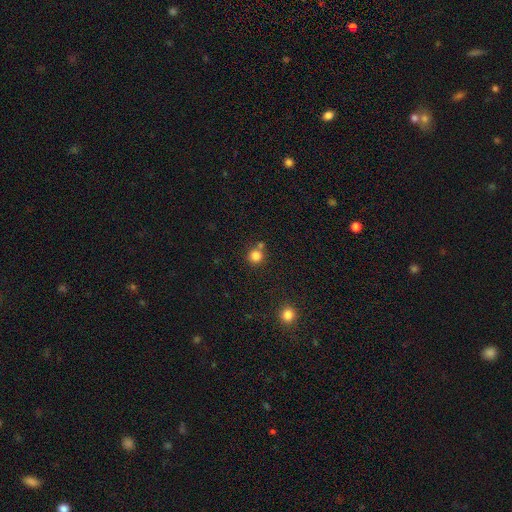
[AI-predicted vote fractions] Smooth or featured: smooth — 82% (star or artifact — 13%)
How rounded: round — 93% (in between — 6%)
Merging: none — 70% (merger — 19%)